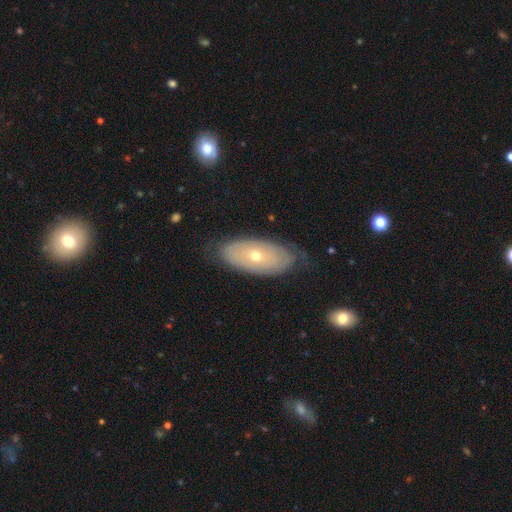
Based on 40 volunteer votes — A featured or disk galaxy (52%) with no bar (100%), no spiral arms (72%) and a moderate central bulge (50%, tied with small). Merging: none (79%).